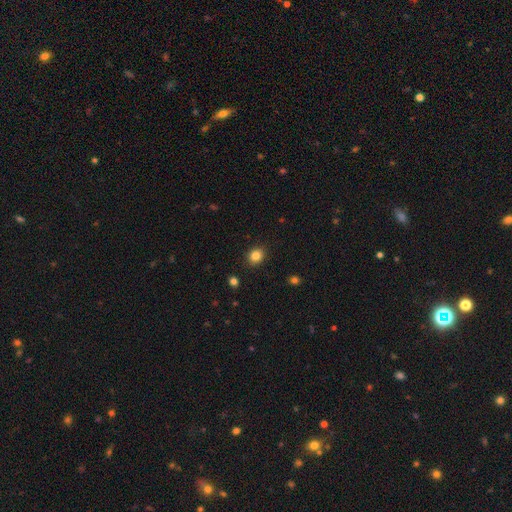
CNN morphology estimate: type=smooth (84%); roundness=round (69%); merging=none (90%).